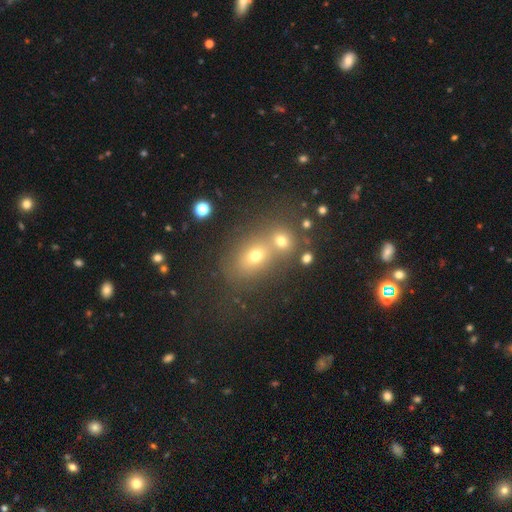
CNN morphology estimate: A smooth galaxy with no disk features (60%) that is in between round and cigar-shaped (51%).

Vote fractions:
- Smooth or featured? smooth: 60% / star or artifact: 22% / featured or disk: 18%
- How rounded? in between: 51% / round: 48% / cigar-shaped: 2%
- Merging? merger: 49% / none: 38% / minor disturbance: 8% / major disturbance: 5%